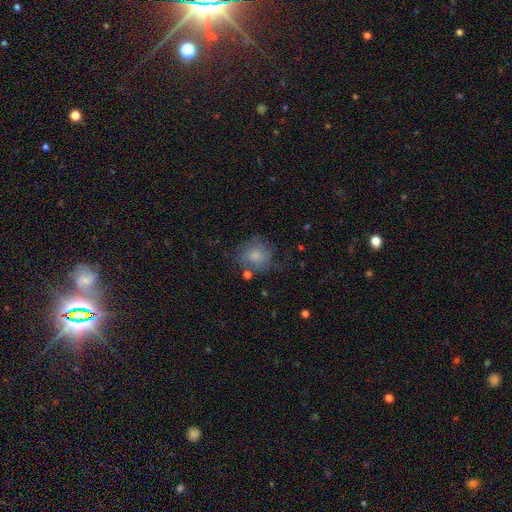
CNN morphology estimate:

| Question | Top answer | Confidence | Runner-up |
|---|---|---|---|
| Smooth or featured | smooth | 66% | featured or disk (25%) |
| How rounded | round | 80% | in between (19%) |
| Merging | none | 56% | minor disturbance (24%) |